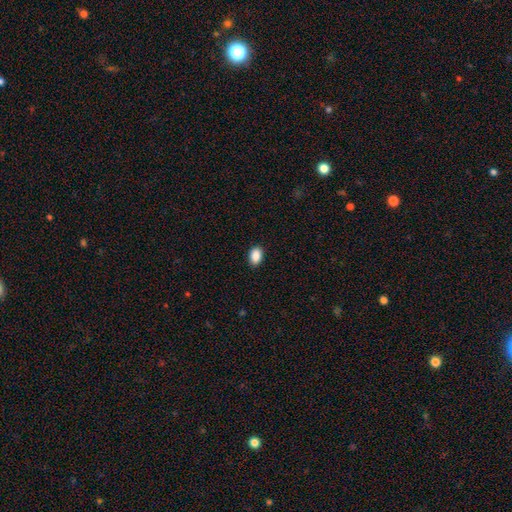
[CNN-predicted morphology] Q: Smooth or featured?
A: smooth (89%); runner-up: star or artifact (8%)
Q: How rounded?
A: in between (86%); runner-up: round (13%)
Q: Merging?
A: none (89%); runner-up: minor disturbance (8%)